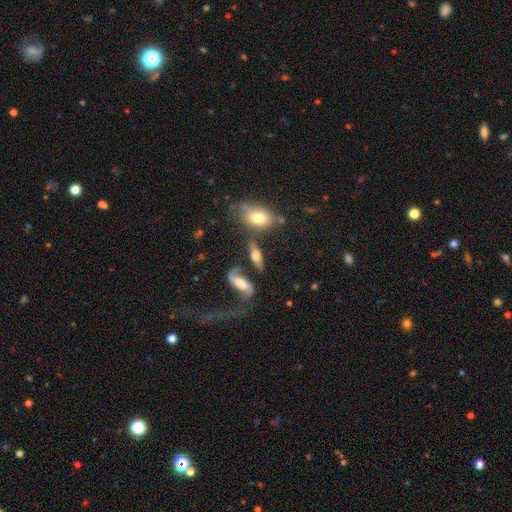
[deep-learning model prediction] Smooth or featured?
  - featured or disk: 46% *
  - smooth: 44%
  - star or artifact: 10%
Merging?
  - none: 50% *
  - merger: 20%
  - minor disturbance: 18%
  - major disturbance: 12%